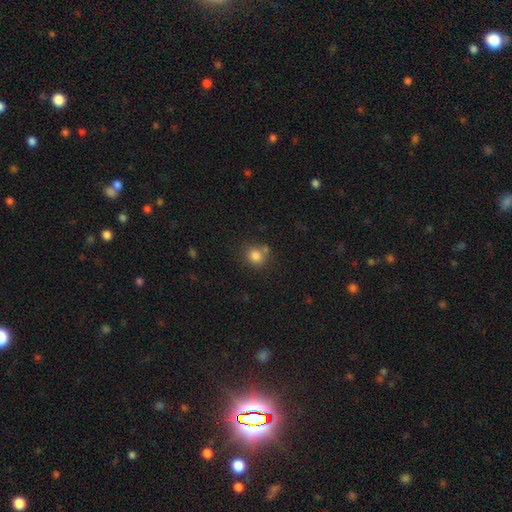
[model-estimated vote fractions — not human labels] Morphology: type=smooth (82%); roundness=round (80%); merging=none (65%).